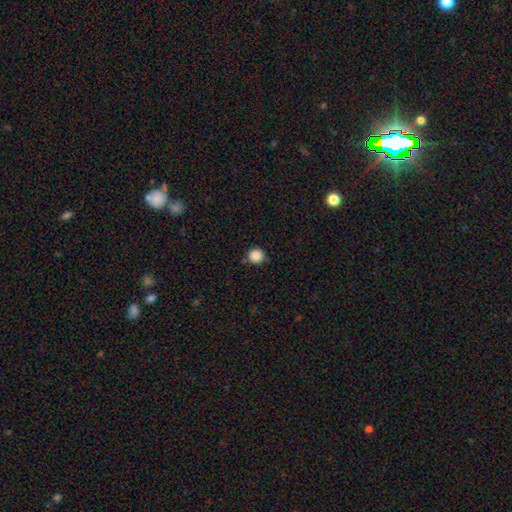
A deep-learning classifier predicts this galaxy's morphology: Smooth or featured?
  - smooth: 87% *
  - star or artifact: 10%
  - featured or disk: 3%
How rounded?
  - round: 95% *
  - in between: 4%
  - cigar-shaped: 1%
Merging?
  - none: 87% *
  - minor disturbance: 8%
  - merger: 3%
  - major disturbance: 2%